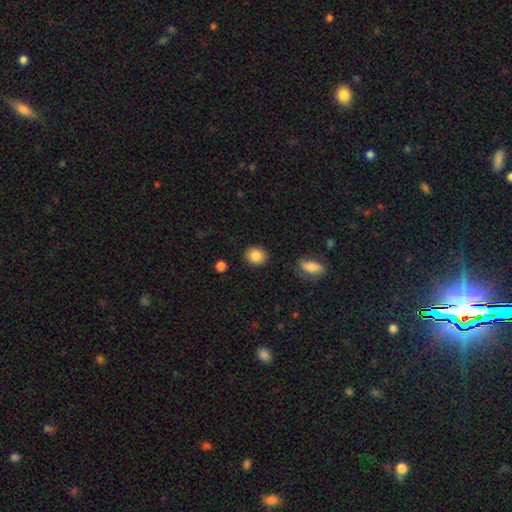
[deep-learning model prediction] smooth-or-featured: smooth: 86% | star or artifact: 8% | featured or disk: 5%
  how-rounded: round: 68% | in between: 31% | cigar-shaped: 1%
  merging: none: 88% | minor disturbance: 8% | major disturbance: 2% | merger: 2%